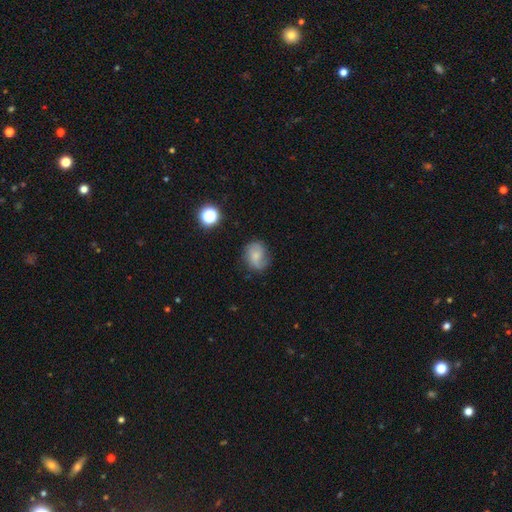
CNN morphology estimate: A featured or disk galaxy (48%). Merging: none (68%).